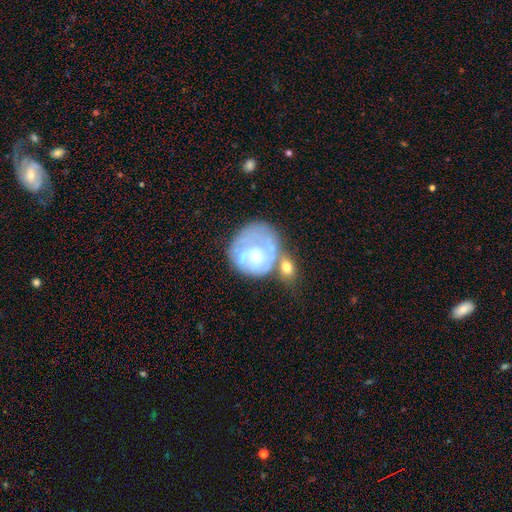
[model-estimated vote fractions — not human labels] The model was most divided on "spiral arms": yes: 54%, no: 46%. Remaining: edge-on disk — no (98%); bar — no (78%); smooth or featured — featured or disk (63%); bulge size — moderate (49%); merging — none (41%).